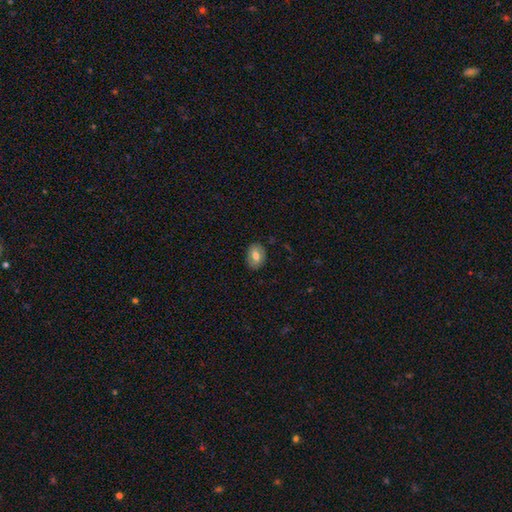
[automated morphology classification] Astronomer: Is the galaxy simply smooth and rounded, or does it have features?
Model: smooth — 69%.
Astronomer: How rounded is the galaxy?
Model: in between — 71%.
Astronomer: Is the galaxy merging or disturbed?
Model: none — 85%.